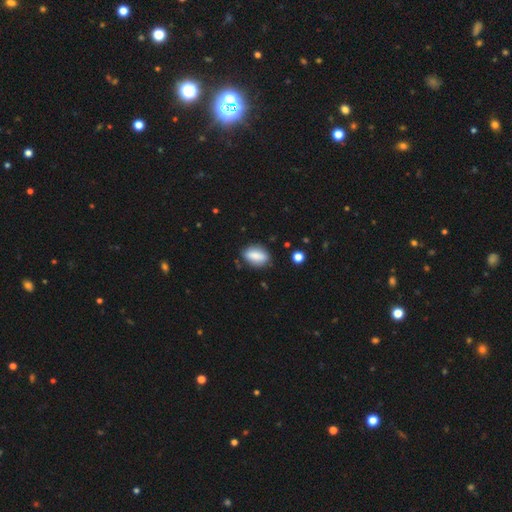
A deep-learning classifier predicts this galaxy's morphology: A smooth galaxy with no disk features (81%) that is in between round and cigar-shaped (85%).

Vote fractions:
- Smooth or featured? smooth: 81% / featured or disk: 11% / star or artifact: 8%
- How rounded? in between: 85% / cigar-shaped: 8% / round: 7%
- Merging? none: 79% / minor disturbance: 16% / major disturbance: 3% / merger: 2%